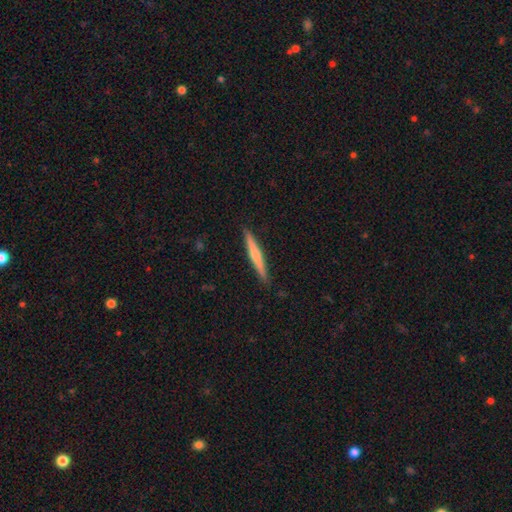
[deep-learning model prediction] Q: Smooth or featured?
A: smooth (49%); runner-up: featured or disk (45%)
Q: Merging?
A: none (90%); runner-up: minor disturbance (8%)